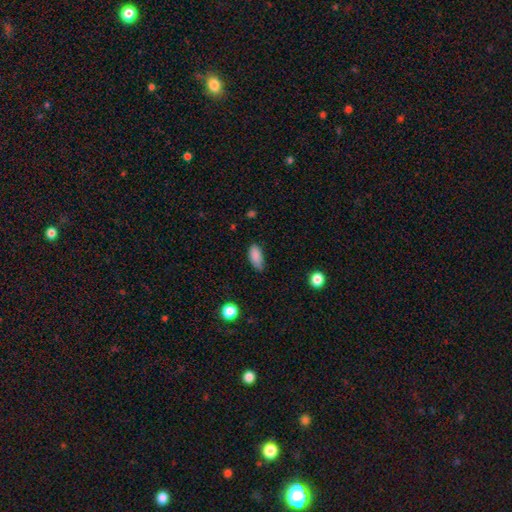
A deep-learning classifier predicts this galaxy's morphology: Smooth or featured?
  - smooth: 86% *
  - star or artifact: 8%
  - featured or disk: 6%
How rounded?
  - in between: 86% *
  - cigar-shaped: 11%
  - round: 3%
Merging?
  - none: 64% *
  - minor disturbance: 29%
  - major disturbance: 5%
  - merger: 2%